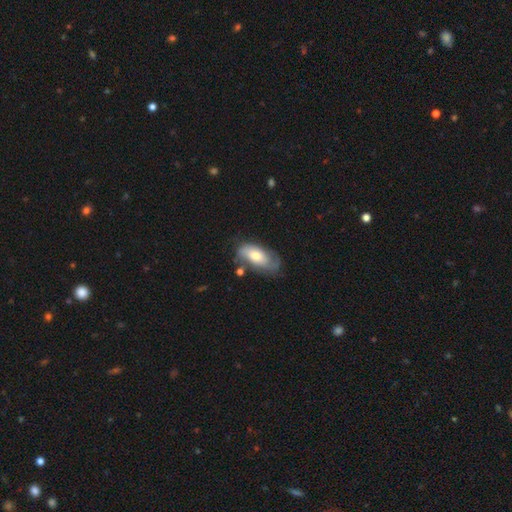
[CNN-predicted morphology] Smooth or featured? Predicted: smooth (p=0.55). How rounded? Predicted: in between (p=0.88). Merging? Predicted: none (p=0.50).